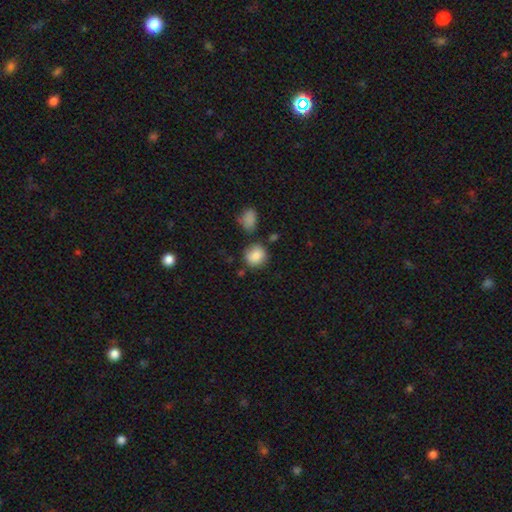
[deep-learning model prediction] The model was most divided on "how rounded": round: 76%, in between: 23%, cigar-shaped: 1%. More confident: smooth or featured — smooth (86%); merging — none (70%).